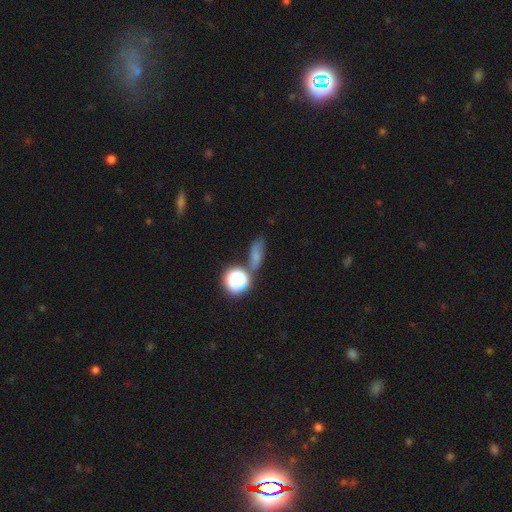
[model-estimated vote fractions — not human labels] The model was most divided on "merging": none: 51%, minor disturbance: 22%, major disturbance: 13%, merger: 13%. More confident: how rounded — in between (61%); smooth or featured — smooth (59%).